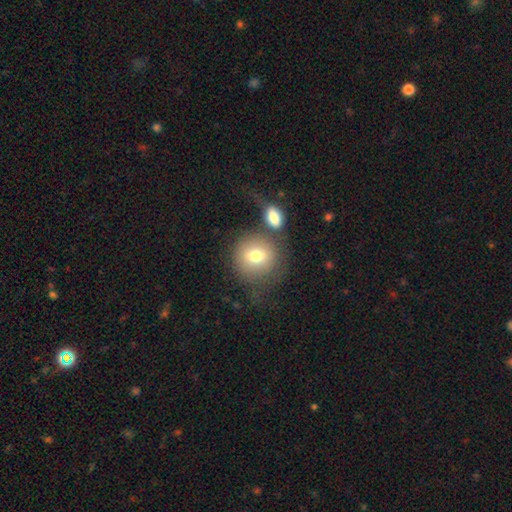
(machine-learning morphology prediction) Smooth or featured?
  - smooth: 72% *
  - featured or disk: 19%
  - star or artifact: 9%
How rounded?
  - round: 85% *
  - in between: 14%
  - cigar-shaped: 1%
Merging?
  - none: 53% *
  - merger: 23%
  - minor disturbance: 14%
  - major disturbance: 10%